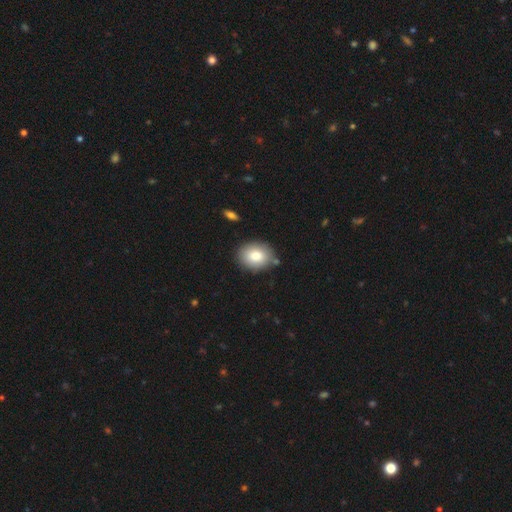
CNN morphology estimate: This appears to be a smooth galaxy with no disk features (80%) that is in between round and cigar-shaped (56%). Merging: none (81%).